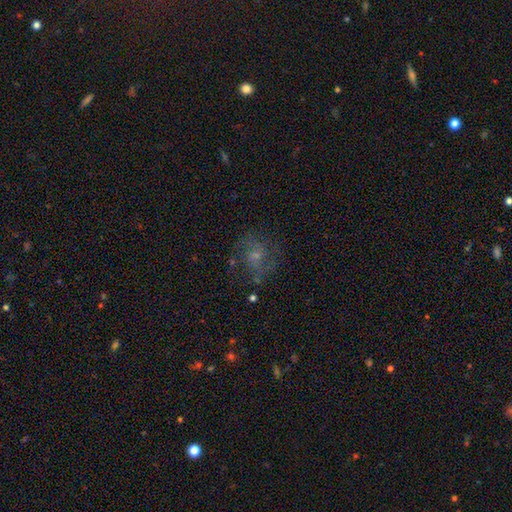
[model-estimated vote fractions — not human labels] Smooth or featured: featured or disk — 47% (smooth — 34%)
Merging: none — 60% (minor disturbance — 19%)